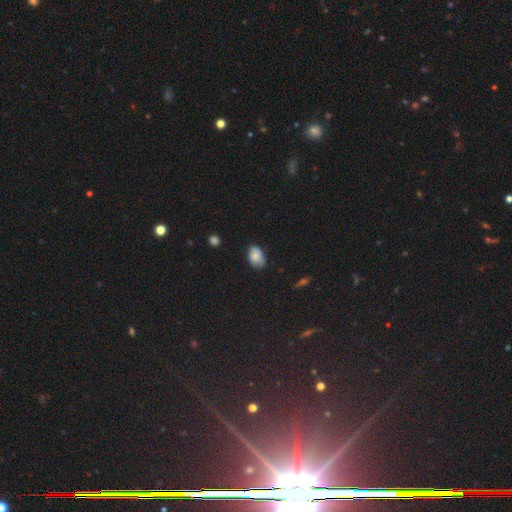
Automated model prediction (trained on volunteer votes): A smooth galaxy with no disk features (84%) that is in between round and cigar-shaped (87%). Merging: none (72%).